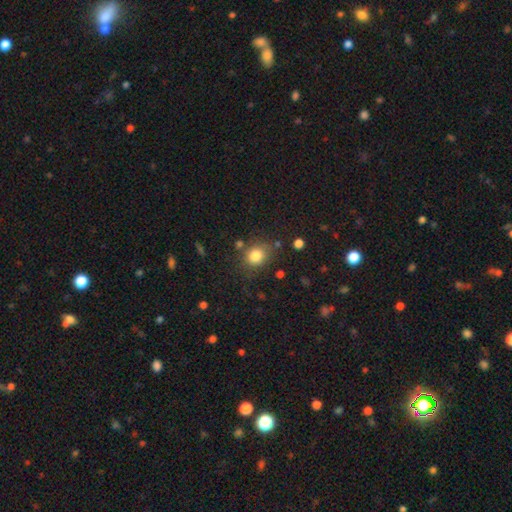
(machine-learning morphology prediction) Smooth or featured? smooth (82%)
How rounded? round (67%)
Merging? none (74%)